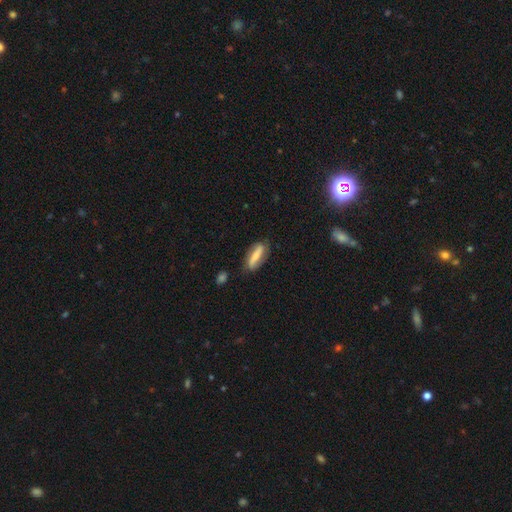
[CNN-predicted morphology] Overall: smooth (49%; featured or disk 44%). Merging: none (76%).